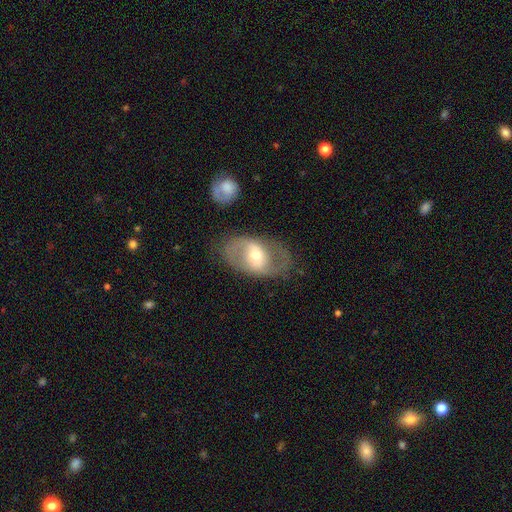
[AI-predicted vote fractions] featured or disk 70%, smooth 24%, star or artifact 6%. Down the decision tree: edge-on disk — no (94%); bar — weak (41%); spiral arms — yes (70%); bulge size — moderate (63%); merging — none (75%).